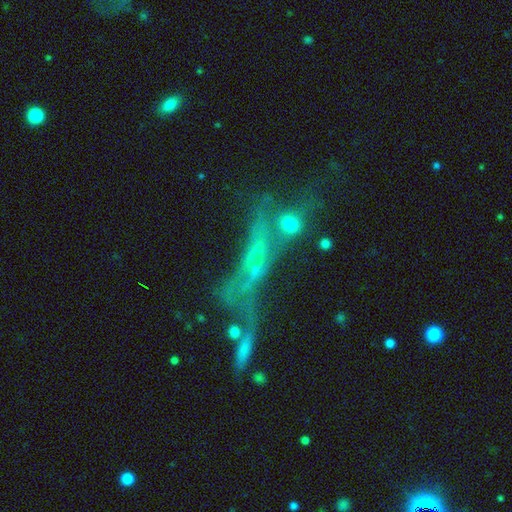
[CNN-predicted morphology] The model was most divided on "merging": merger: 34%, major disturbance: 29%, none: 25%, minor disturbance: 12%. Remaining: smooth or featured — featured or disk (44%).